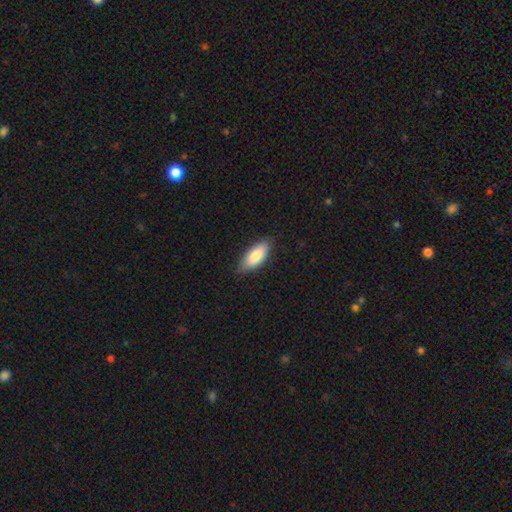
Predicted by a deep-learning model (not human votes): A smooth galaxy with no disk features (84%) that is in between round and cigar-shaped (83%). Merging: none (83%).